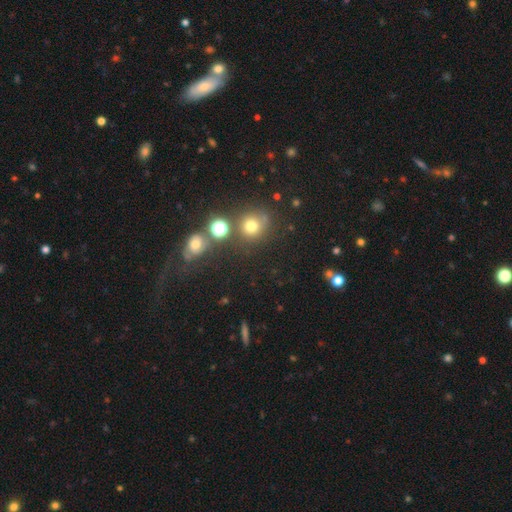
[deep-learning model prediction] smooth 49%, star or artifact 36%, featured or disk 14%. Down the decision tree: merging — none (44%).